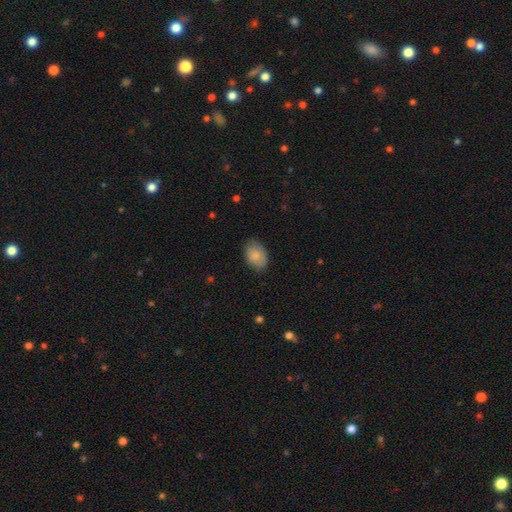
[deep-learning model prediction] A smooth galaxy with no disk features (83%) that is in between round and cigar-shaped (82%). Merging: none (75%).